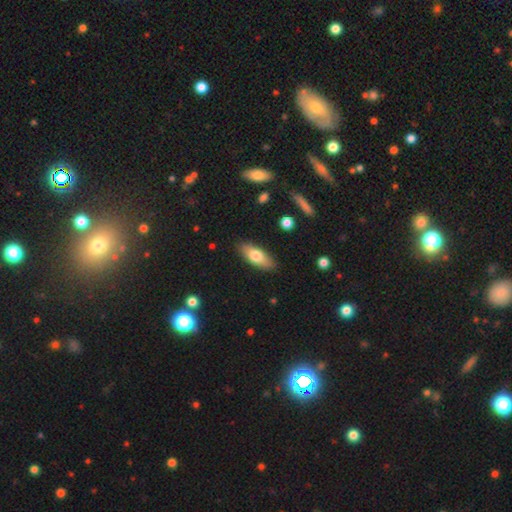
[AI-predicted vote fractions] Smooth or featured? smooth (71%)
How rounded? in between (73%)
Merging? none (87%)